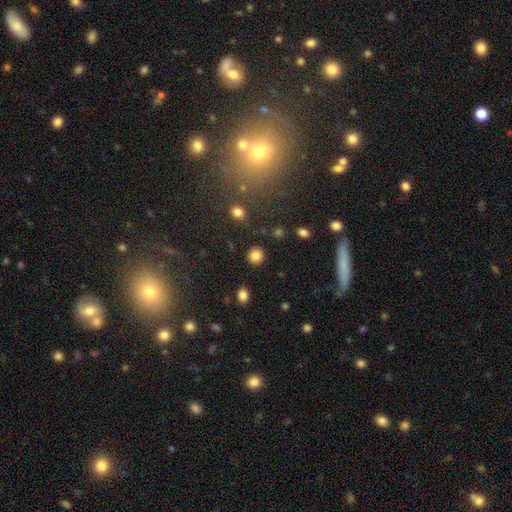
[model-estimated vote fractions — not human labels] A smooth galaxy with no disk features (85%) that is round (87%).

Vote fractions:
- Smooth or featured? smooth: 85% / star or artifact: 10% / featured or disk: 5%
- How rounded? round: 87% / in between: 12% / cigar-shaped: 1%
- Merging? none: 90% / minor disturbance: 6% / major disturbance: 2% / merger: 2%